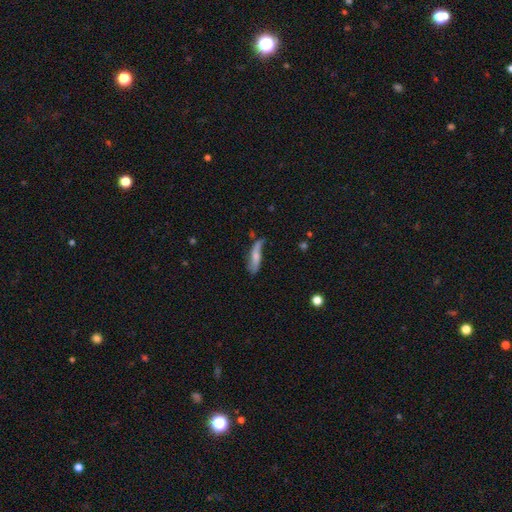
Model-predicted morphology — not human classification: smooth_or_featured: smooth (p=0.49) [alt: featured or disk p=0.44]
merging: none (p=0.46) [alt: minor disturbance p=0.32]